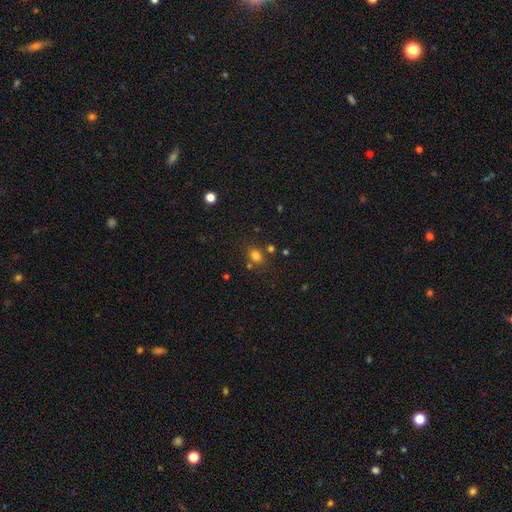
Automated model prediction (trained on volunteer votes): Morphology: type=smooth (79%); roundness=round (51%); merging=none (74%).